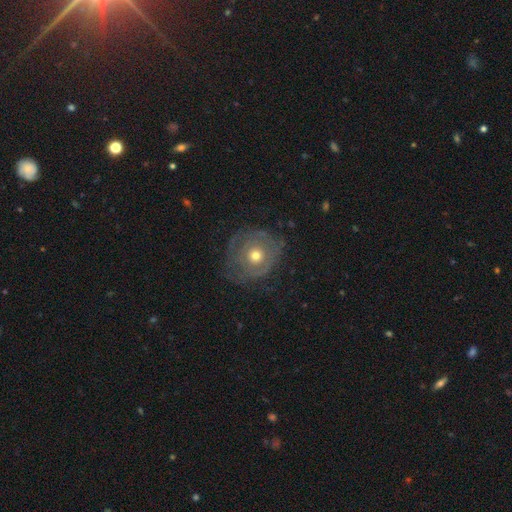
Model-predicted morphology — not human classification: A featured or disk galaxy (60%) with no bar (89%), spiral arms (51%) and a moderate central bulge (66%).

Vote fractions:
- Smooth or featured? featured or disk: 60% / smooth: 32% / star or artifact: 8%
- Edge-on disk? no: 96% / yes: 4%
- Bar? no: 89% / weak: 9% / strong: 2%
- Spiral arms? yes: 51% / no: 49%
- Bulge size? moderate: 66% / small: 27% / large: 5% / dominant: 1% / none: 1%
- Merging? none: 64% / minor disturbance: 20% / major disturbance: 14% / merger: 1%